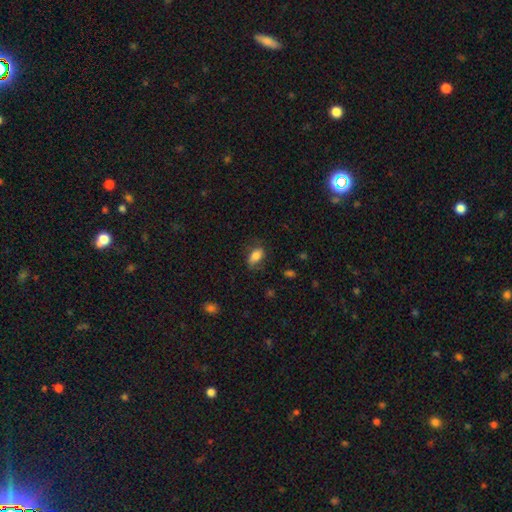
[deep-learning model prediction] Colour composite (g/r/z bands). It shows a smooth galaxy with no disk features (77%) that is in between round and cigar-shaped (87%). Merging: none (69%).